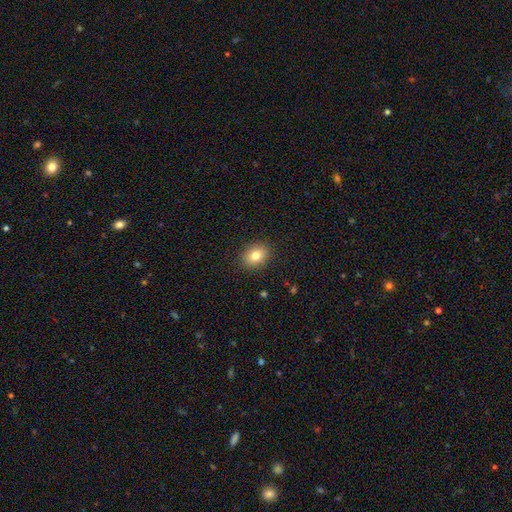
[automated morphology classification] Smooth or featured: smooth — 81% (star or artifact — 10%)
How rounded: in between — 58% (round — 41%)
Merging: none — 89% (minor disturbance — 8%)